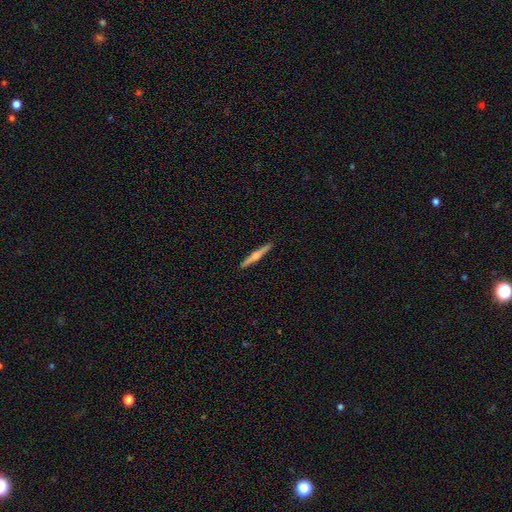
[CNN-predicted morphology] A featured or disk galaxy (65%) viewed edge-on (98%) with a rounded central bulge (89%). Merging: none (92%).